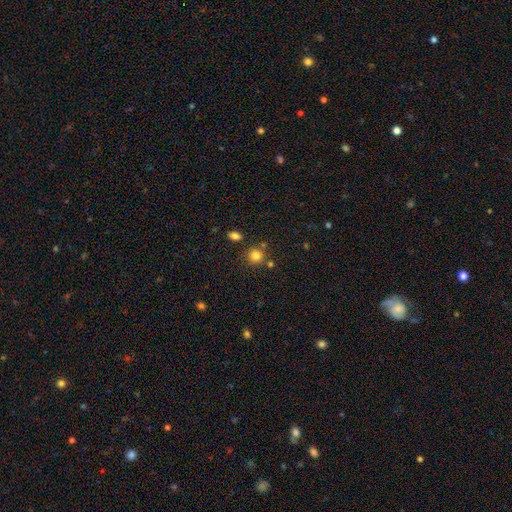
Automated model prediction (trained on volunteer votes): Smooth or featured: smooth — 81% (star or artifact — 13%)
How rounded: round — 89% (in between — 10%)
Merging: none — 77% (merger — 10%)